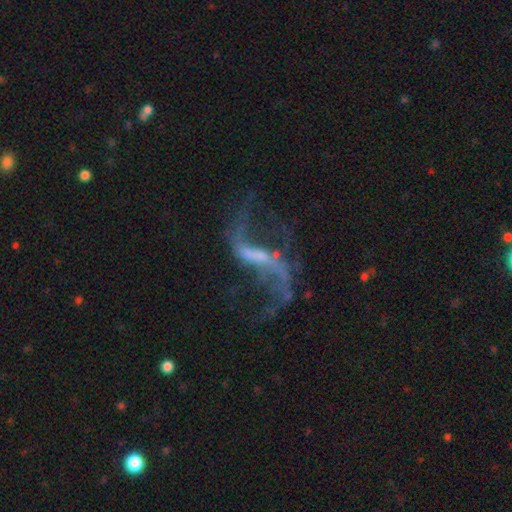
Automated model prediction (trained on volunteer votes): Smooth or featured: featured or disk — 85% (star or artifact — 9%)
Edge-on disk: no — 94% (yes — 6%)
Bar: strong — 40% (weak — 39%)
Spiral arms: yes — 88% (no — 12%)
Spiral winding: loose — 91% (medium — 7%)
Spiral arm count: 2 — 88% (1 — 4%)
Bulge size: small — 41% (none — 36%)
Merging: none — 49% (major disturbance — 29%)